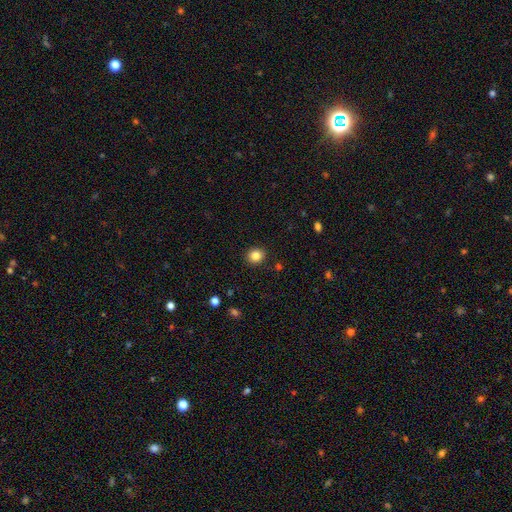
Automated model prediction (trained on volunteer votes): Q: Smooth or featured?
A: smooth (84%); runner-up: star or artifact (11%)
Q: How rounded?
A: round (82%); runner-up: in between (17%)
Q: Merging?
A: none (91%); runner-up: minor disturbance (6%)